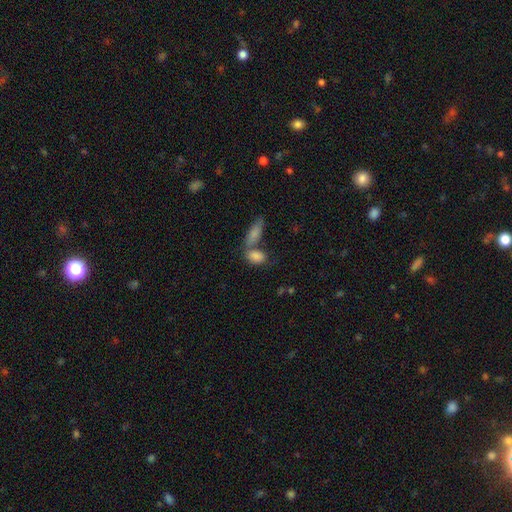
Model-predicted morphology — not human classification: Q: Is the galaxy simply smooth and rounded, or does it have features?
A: smooth — 84%.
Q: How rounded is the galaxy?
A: in between — 82%.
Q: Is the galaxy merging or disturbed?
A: none — 43%.